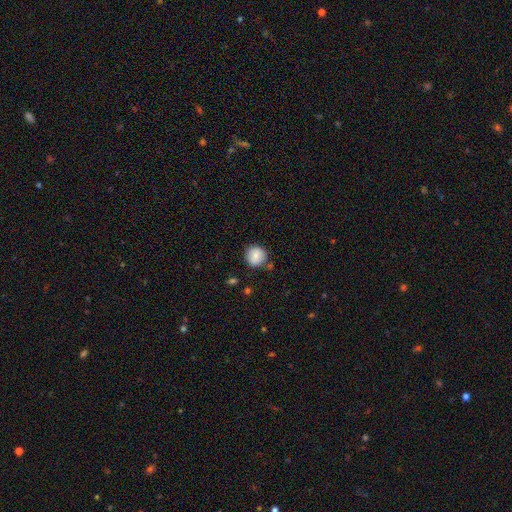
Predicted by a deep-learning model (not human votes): The model was most divided on "merging": none: 80%, minor disturbance: 13%, merger: 4%, major disturbance: 3%. More confident: how rounded — round (90%); smooth or featured — smooth (80%).